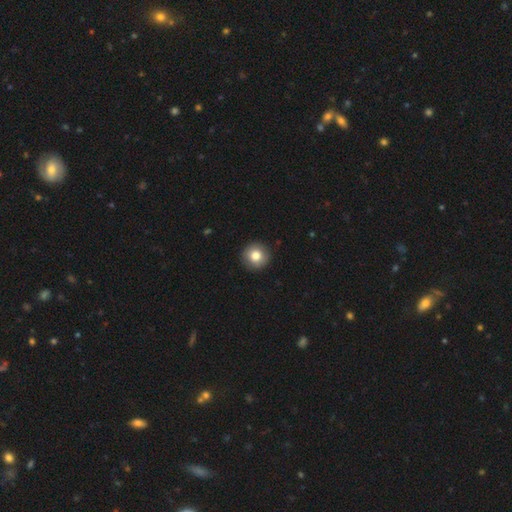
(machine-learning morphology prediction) This appears to be a smooth galaxy with no disk features (81%) that is round (95%). Merging: none (92%).